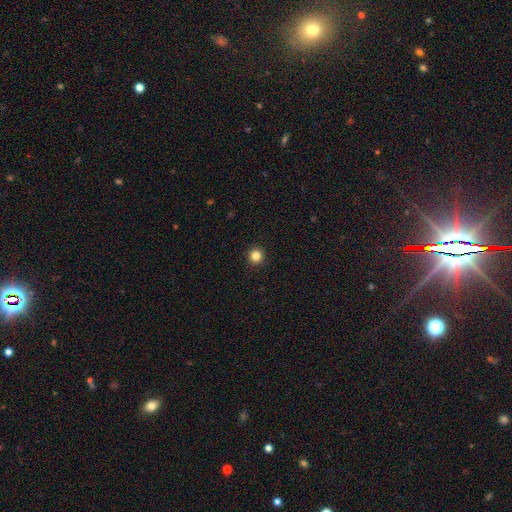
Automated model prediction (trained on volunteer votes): Morphology: type=smooth (83%); roundness=round (96%); merging=none (94%).